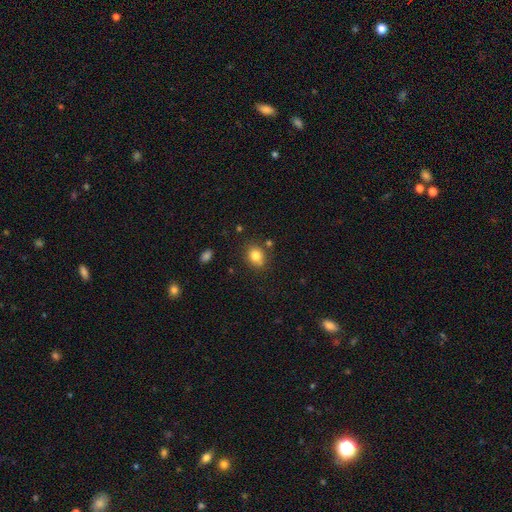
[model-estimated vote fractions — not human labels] smooth-or-featured: smooth: 82% | star or artifact: 11% | featured or disk: 8%
  how-rounded: round: 57% | in between: 42% | cigar-shaped: 1%
  merging: none: 75% | minor disturbance: 15% | merger: 7% | major disturbance: 4%